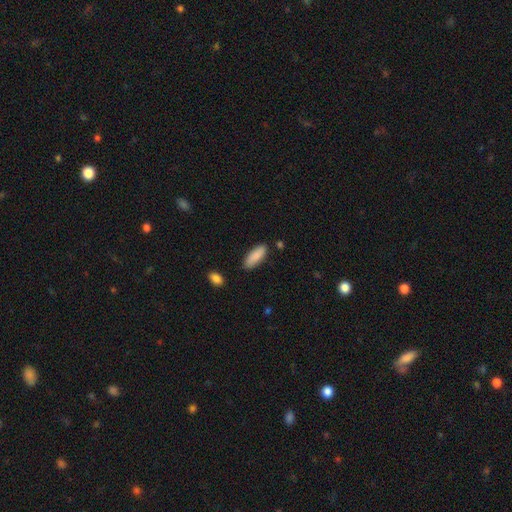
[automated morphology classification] Smooth or featured: smooth — 88% (featured or disk — 6%)
How rounded: in between — 66% (cigar-shaped — 33%)
Merging: none — 84% (minor disturbance — 11%)